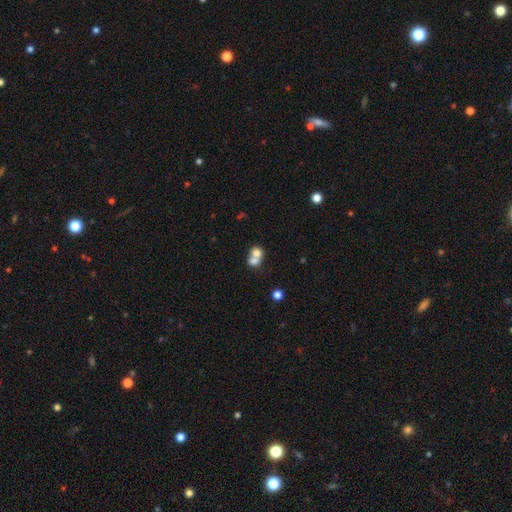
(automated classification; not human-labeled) A smooth galaxy with no disk features (71%) that is round (60%). Merging: merger (69%).